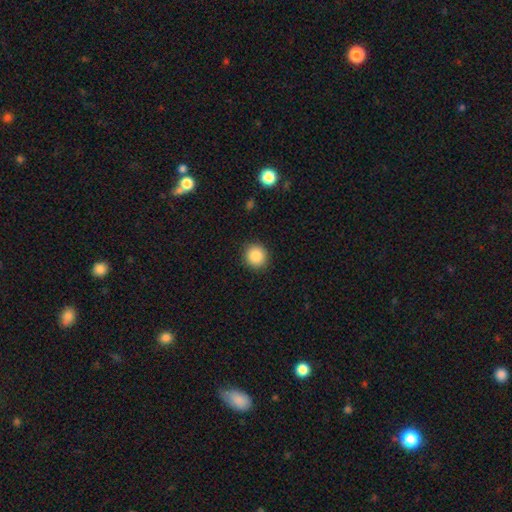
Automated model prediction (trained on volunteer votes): Q: Smooth or featured?
A: smooth (87%); runner-up: star or artifact (9%)
Q: How rounded?
A: round (91%); runner-up: in between (8%)
Q: Merging?
A: none (91%); runner-up: minor disturbance (6%)